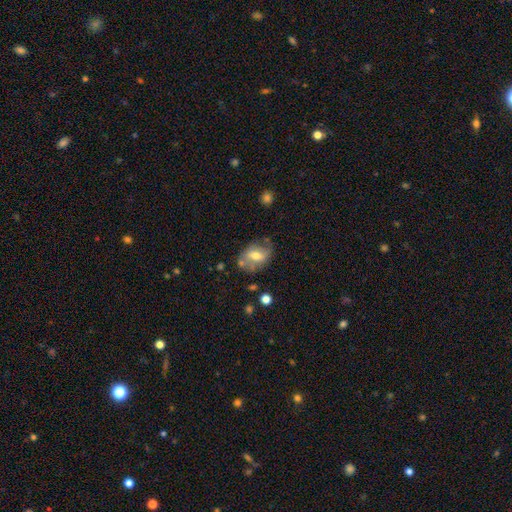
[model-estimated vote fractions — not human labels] This is possibly a smooth galaxy (49%). Merging: likely none (63%).